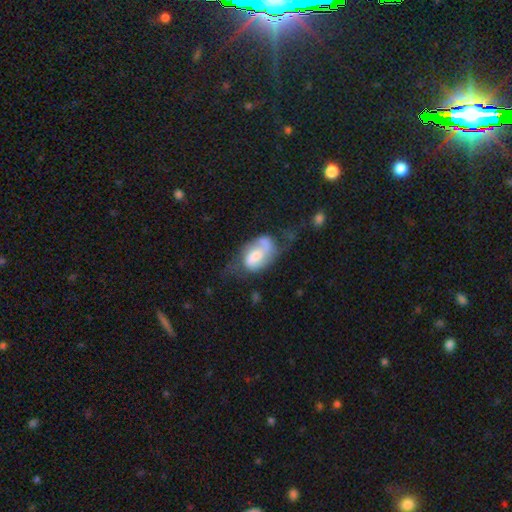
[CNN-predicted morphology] smooth-or-featured: featured or disk: 61% | smooth: 32% | star or artifact: 7%
  disk-edge-on: no: 97% | yes: 3%
    bar: no: 57% | weak: 34% | strong: 9%
    has-spiral-arms: yes: 80% | no: 20%
    bulge-size: moderate: 44% | small: 32% | large: 13% | none: 7% | dominant: 3%
  merging: none: 32% | major disturbance: 30% | minor disturbance: 27% | merger: 11%